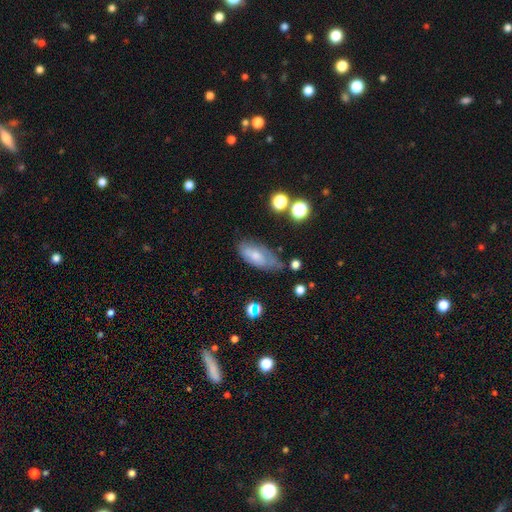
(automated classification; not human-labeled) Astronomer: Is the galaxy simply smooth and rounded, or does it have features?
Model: smooth — 56% (runner-up: featured or disk, 36%).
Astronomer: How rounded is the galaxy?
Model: in between — 83%.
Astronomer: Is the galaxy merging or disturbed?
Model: none — 50% (runner-up: minor disturbance, 33%).